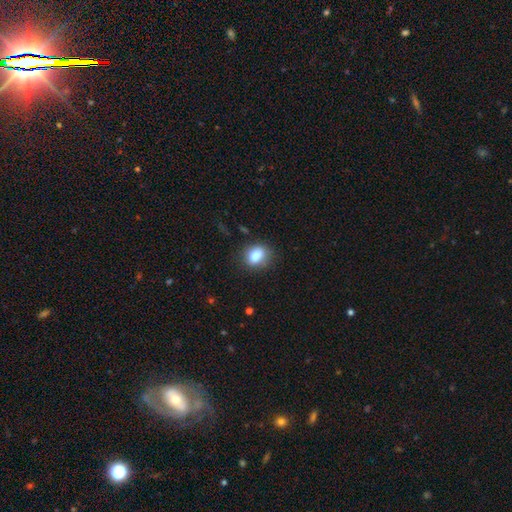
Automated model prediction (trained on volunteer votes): This is clearly a smooth galaxy (83%). How rounded: possibly in between (57%). Merging: likely none (78%).